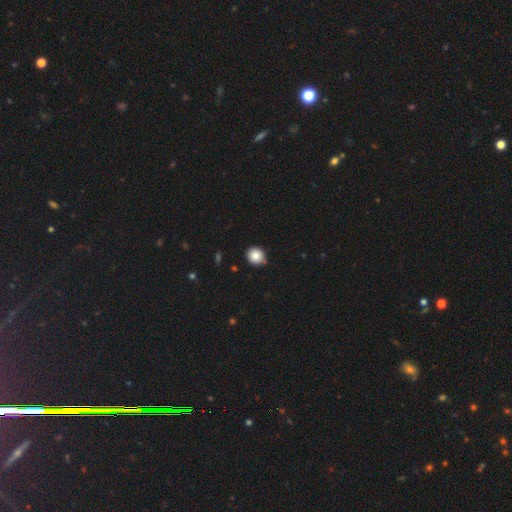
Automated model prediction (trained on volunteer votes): Morphology: type=smooth (83%); roundness=round (89%); merging=none (82%).